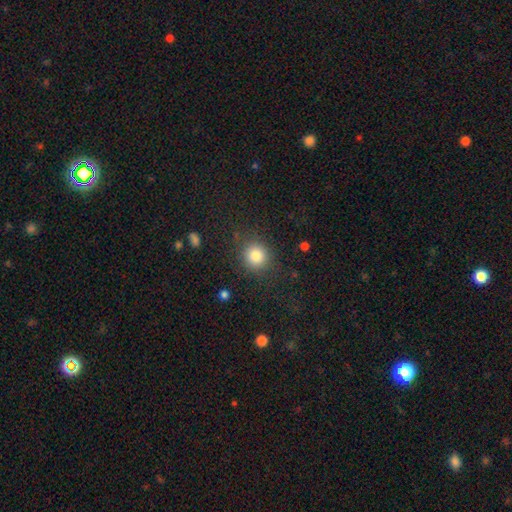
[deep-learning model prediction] This appears to be a smooth galaxy with no disk features (83%) that is round (88%). Merging: none (86%).